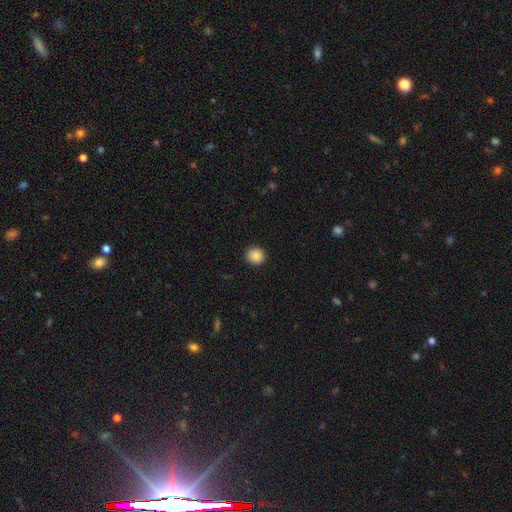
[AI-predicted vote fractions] The model was most divided on "how rounded": round: 88%, in between: 11%, cigar-shaped: 1%. More confident: merging — none (91%); smooth or featured — smooth (88%).